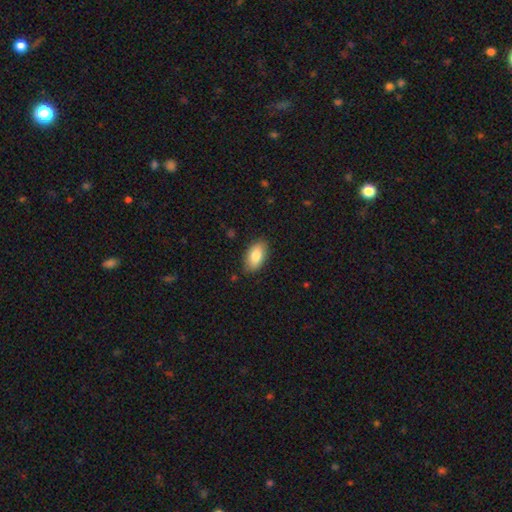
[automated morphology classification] smooth 82%, featured or disk 11%, star or artifact 7%. Down the decision tree: how rounded — in between (93%); merging — none (86%).